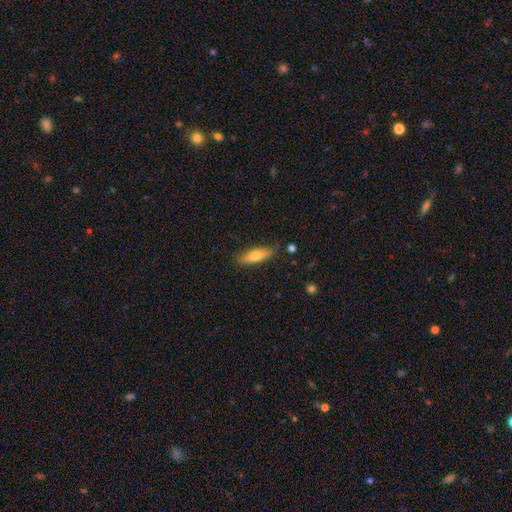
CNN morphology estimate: This appears to be a smooth galaxy with no disk features (67%) that is cigar-shaped (58%). Merging: none (80%).